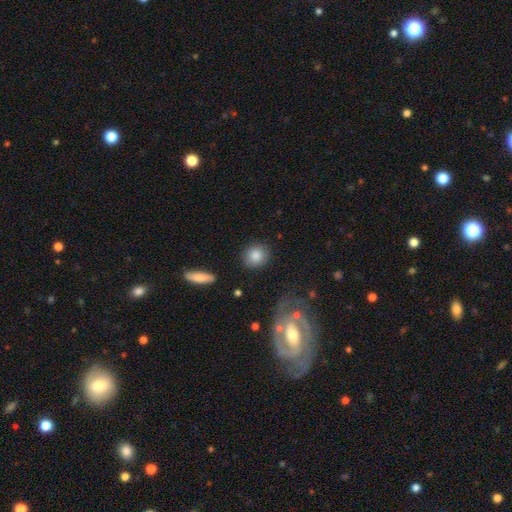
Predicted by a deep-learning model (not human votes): Q: Smooth or featured?
A: smooth (85%); runner-up: star or artifact (8%)
Q: How rounded?
A: round (85%); runner-up: in between (14%)
Q: Merging?
A: none (88%); runner-up: minor disturbance (8%)